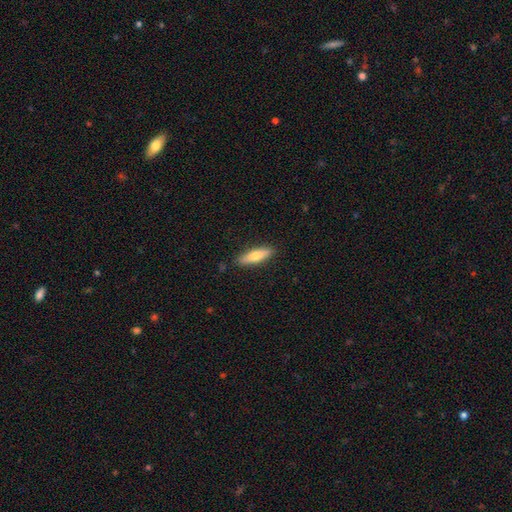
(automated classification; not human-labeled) A smooth galaxy with no disk features (69%) that is cigar-shaped (63%). Merging: none (88%).